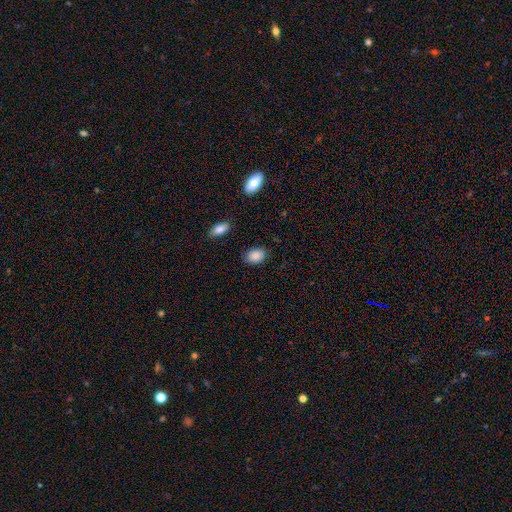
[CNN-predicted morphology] Smooth or featured?
  - smooth: 88% *
  - star or artifact: 8%
  - featured or disk: 5%
How rounded?
  - in between: 78% *
  - round: 21%
  - cigar-shaped: 1%
Merging?
  - none: 83% *
  - minor disturbance: 13%
  - major disturbance: 3%
  - merger: 2%